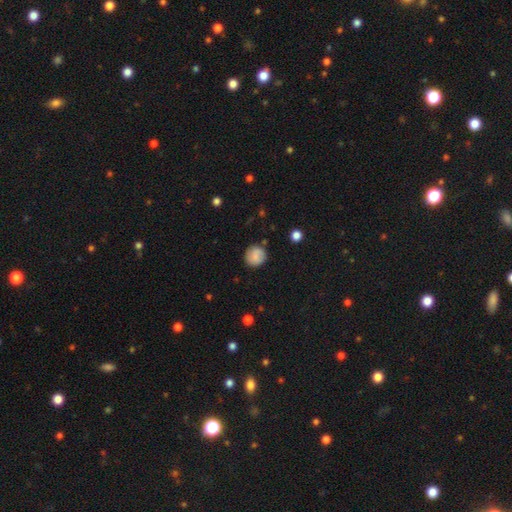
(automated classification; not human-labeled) The model was most divided on "smooth or featured": smooth: 78%, featured or disk: 14%, star or artifact: 8%. More confident: how rounded — round (90%); merging — none (82%).